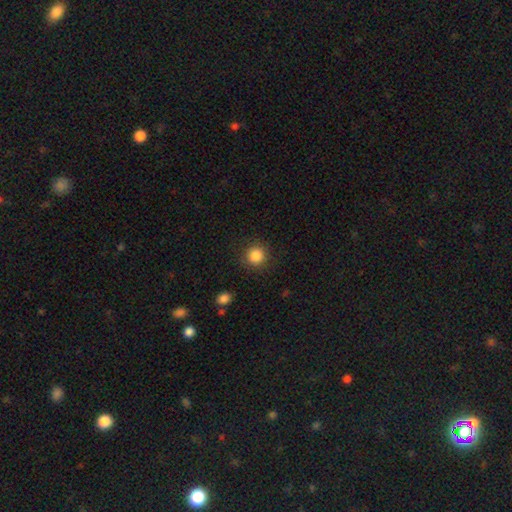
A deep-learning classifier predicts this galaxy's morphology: Smooth or featured? Predicted: smooth (p=0.86). How rounded? Predicted: round (p=0.93). Merging? Predicted: none (p=0.89).